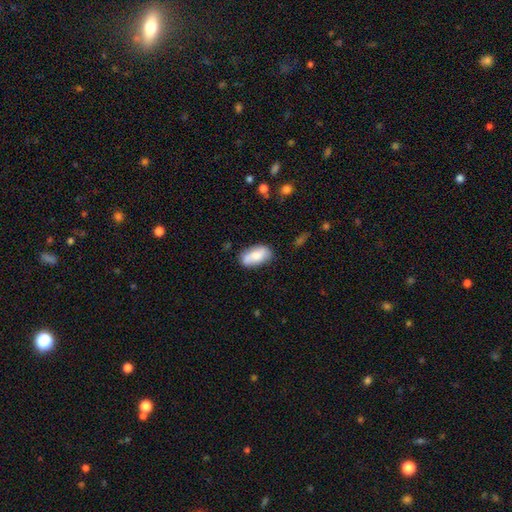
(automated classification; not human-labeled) A smooth galaxy with no disk features (72%) that is in between round and cigar-shaped (92%). Merging: none (72%).